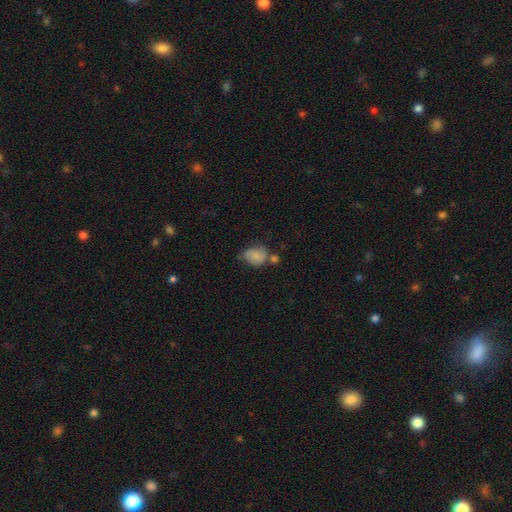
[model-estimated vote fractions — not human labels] smooth-or-featured: smooth: 73% | featured or disk: 18% | star or artifact: 10%
  how-rounded: in between: 54% | round: 45% | cigar-shaped: 1%
  merging: none: 42% | minor disturbance: 27% | merger: 20% | major disturbance: 11%